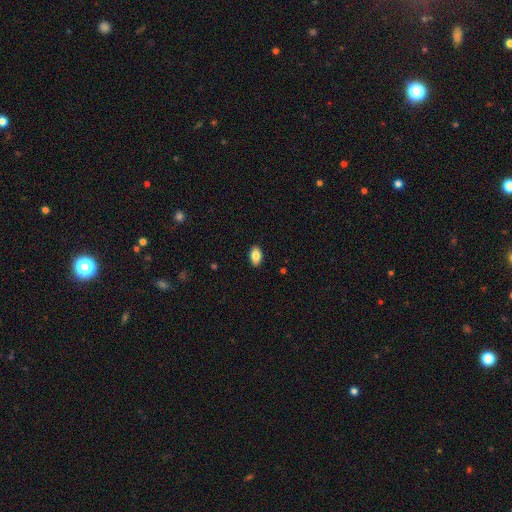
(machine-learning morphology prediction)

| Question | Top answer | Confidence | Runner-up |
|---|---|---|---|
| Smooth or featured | smooth | 84% | featured or disk (8%) |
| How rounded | in between | 92% | round (6%) |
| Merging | none | 90% | minor disturbance (8%) |